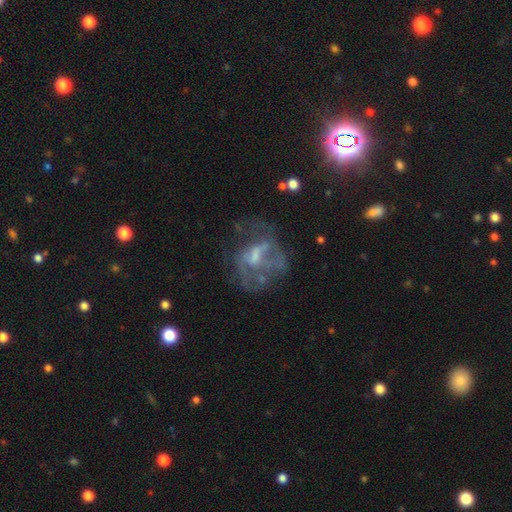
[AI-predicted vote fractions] Overall: featured or disk (64%). Edge-on disk: no (97%). Bar: no (58%; weak 33%). Spiral arms: no (70%). Bulge size: moderate (33%; small 31%). Merging: none (40%; major disturbance 36%).